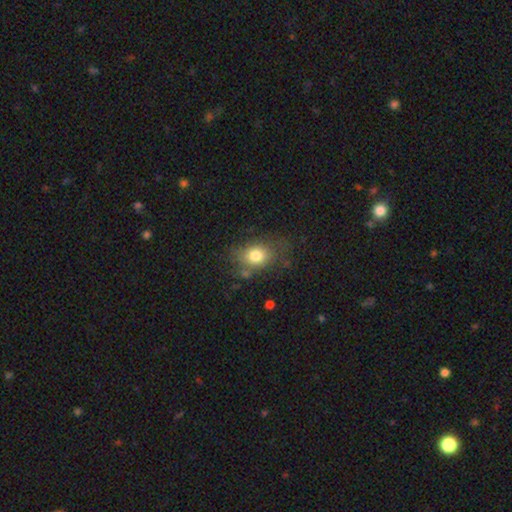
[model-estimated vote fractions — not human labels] Smooth or featured: smooth — 78% (featured or disk — 12%)
How rounded: in between — 57% (round — 42%)
Merging: none — 65% (minor disturbance — 21%)